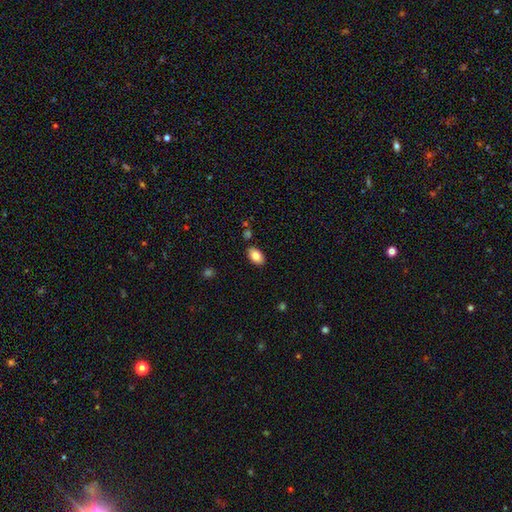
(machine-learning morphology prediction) Smooth or featured? smooth (84%)
How rounded? in between (93%)
Merging? none (85%)